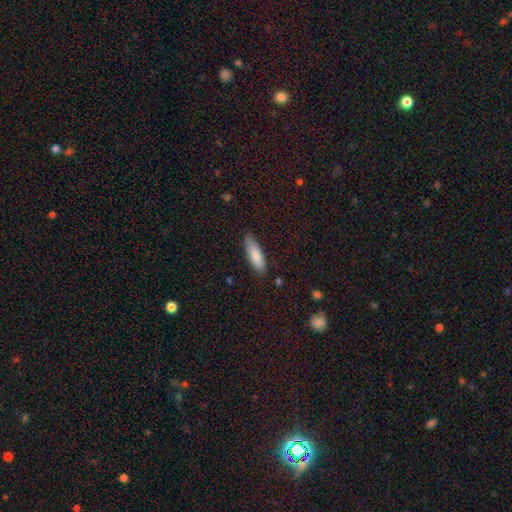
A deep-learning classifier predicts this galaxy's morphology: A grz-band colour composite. It shows a smooth galaxy with no disk features (84%) that is cigar-shaped (51%). Merging: none (82%).